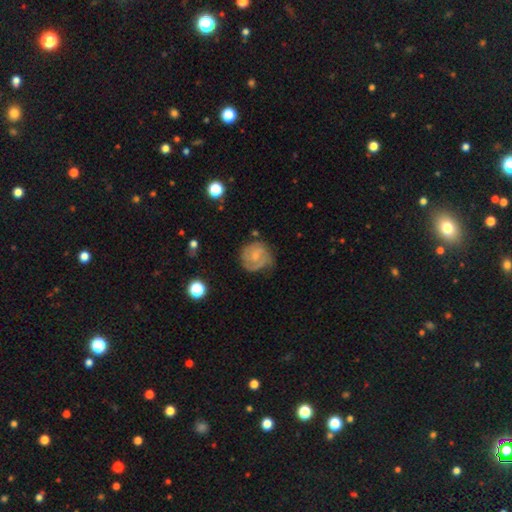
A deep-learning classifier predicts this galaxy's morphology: The model was most divided on "smooth or featured": featured or disk: 59%, smooth: 34%, star or artifact: 7%. More confident: edge-on disk — no (98%); spiral arms — yes (84%); bar — no (64%); merging — none (61%); bulge size — small (55%).